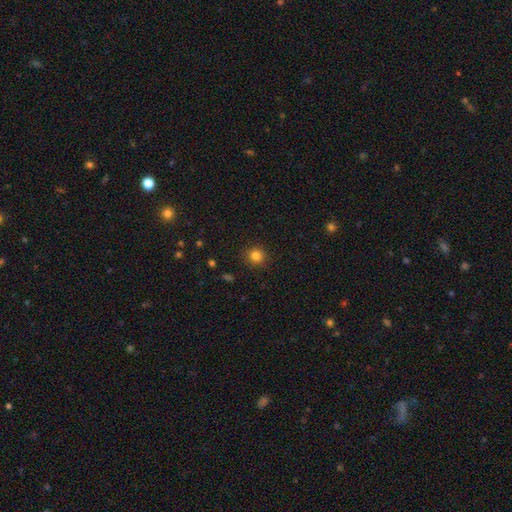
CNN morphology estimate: This is clearly a smooth galaxy (82%). How rounded: clearly round (92%). Merging: clearly none (91%).